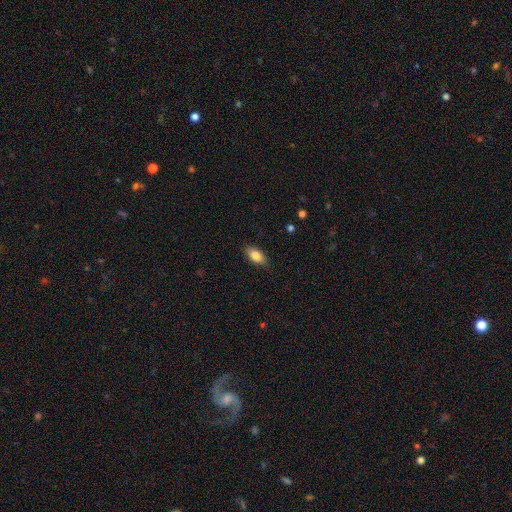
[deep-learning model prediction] Q: Smooth or featured?
A: smooth (82%); runner-up: featured or disk (10%)
Q: How rounded?
A: in between (88%); runner-up: cigar-shaped (7%)
Q: Merging?
A: none (85%); runner-up: minor disturbance (12%)